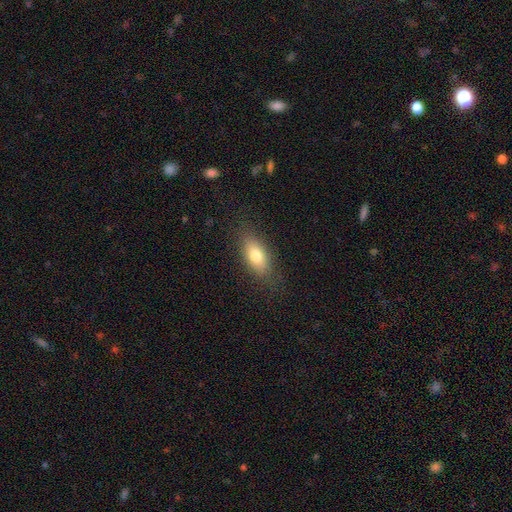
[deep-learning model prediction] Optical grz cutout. It shows a smooth galaxy with no disk features (75%) that is in between round and cigar-shaped (82%). Merging: none (82%).